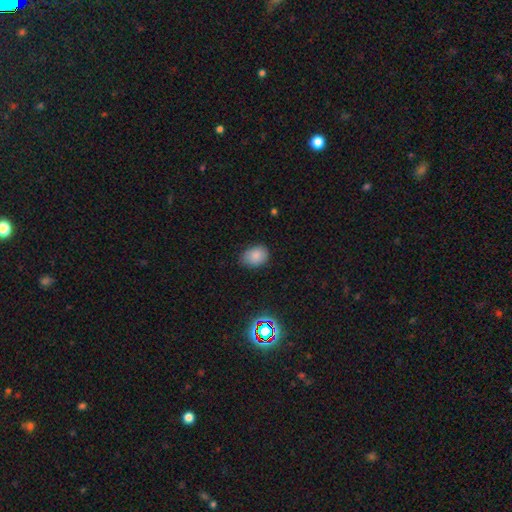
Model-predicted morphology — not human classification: Smooth or featured? Predicted: smooth (p=0.83). How rounded? Predicted: in between (p=0.67). Merging? Predicted: none (p=0.78).